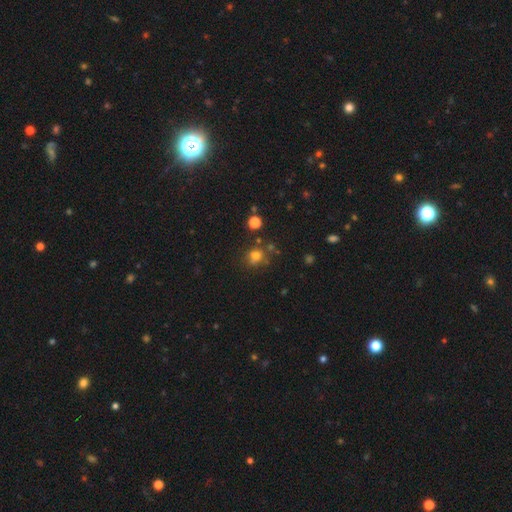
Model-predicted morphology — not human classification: A smooth galaxy with no disk features (71%) that is round (75%).

Vote fractions:
- Smooth or featured? smooth: 71% / star or artifact: 19% / featured or disk: 10%
- How rounded? round: 75% / in between: 24% / cigar-shaped: 1%
- Merging? none: 63% / minor disturbance: 16% / merger: 15% / major disturbance: 7%